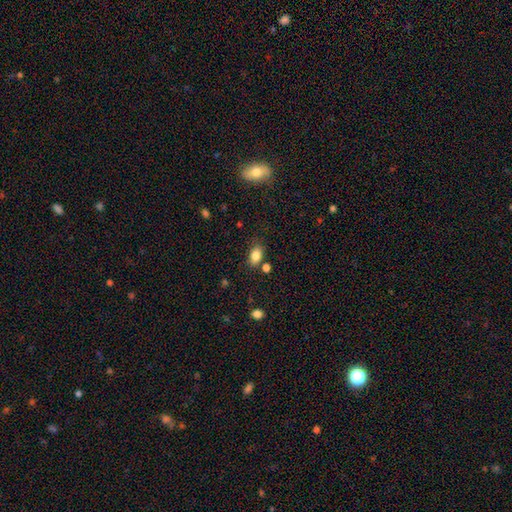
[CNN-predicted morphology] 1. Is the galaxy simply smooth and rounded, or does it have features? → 84% smooth, 10% star or artifact, 7% featured or disk.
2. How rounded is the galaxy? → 87% in between, 10% round, 3% cigar-shaped.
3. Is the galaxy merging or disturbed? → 74% none, 14% minor disturbance, 8% merger, 4% major disturbance.